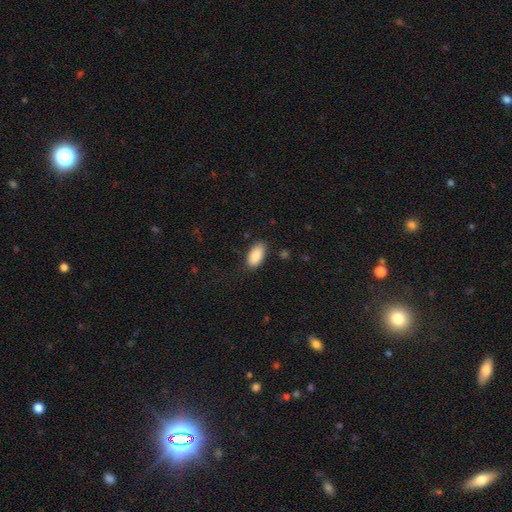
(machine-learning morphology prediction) This is clearly a smooth galaxy (87%). How rounded: clearly in between (94%). Merging: clearly none (83%).